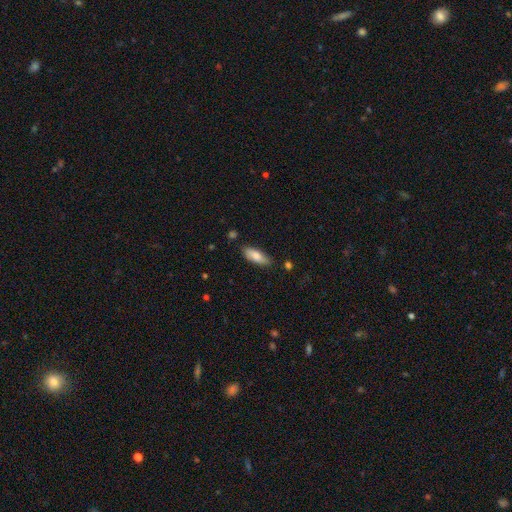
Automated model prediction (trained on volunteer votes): Morphology: type=smooth (79%); roundness=in between (68%); merging=none (81%).